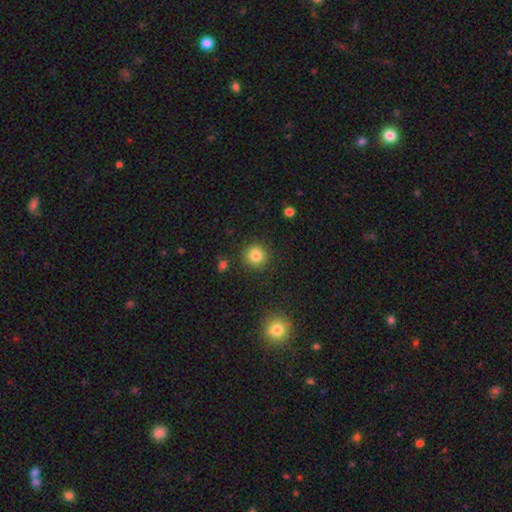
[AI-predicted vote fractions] This is clearly a smooth galaxy (82%). How rounded: clearly round (91%). Merging: clearly none (88%).